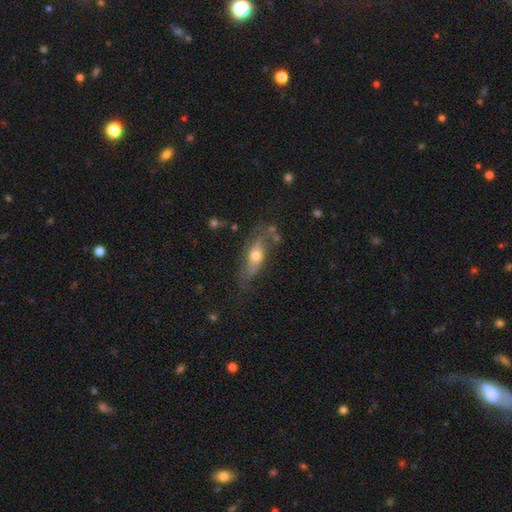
Smooth or featured? 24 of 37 (65%) said smooth. How rounded? 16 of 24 (67%) said in between. Merging? 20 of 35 (57%) said none.